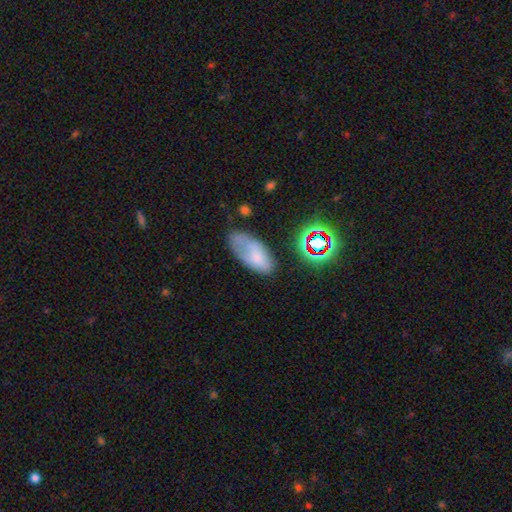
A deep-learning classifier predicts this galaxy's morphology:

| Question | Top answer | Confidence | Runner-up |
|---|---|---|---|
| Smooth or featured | smooth | 66% | featured or disk (22%) |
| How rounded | in between | 91% | cigar-shaped (5%) |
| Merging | none | 44% | minor disturbance (33%) |